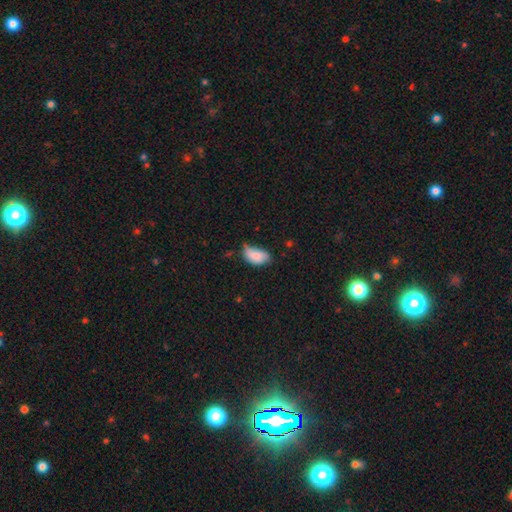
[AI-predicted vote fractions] The model was most divided on "merging": minor disturbance: 46%, none: 36%, major disturbance: 13%, merger: 5%. More confident: how rounded — in between (93%); smooth or featured — smooth (80%).